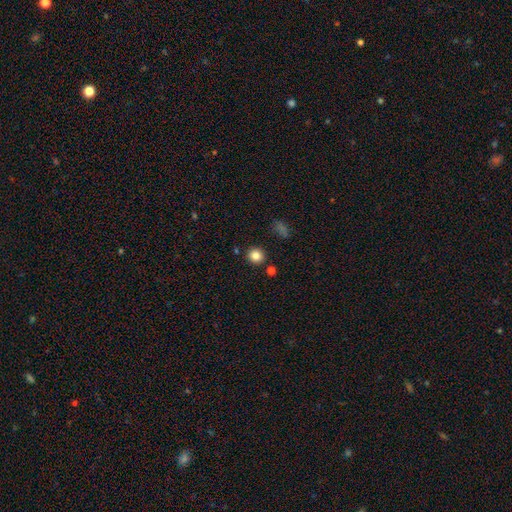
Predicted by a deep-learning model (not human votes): Smooth or featured? smooth (83%)
How rounded? round (88%)
Merging? none (87%)